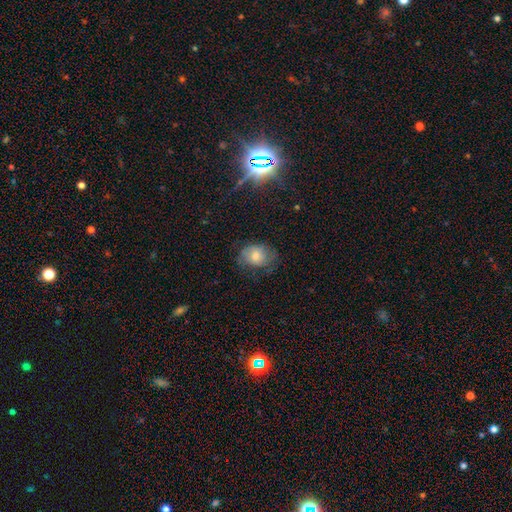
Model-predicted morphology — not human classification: The model was most divided on "how rounded": in between: 60%, round: 39%, cigar-shaped: 1%. More confident: smooth or featured — smooth (67%); merging — none (57%).